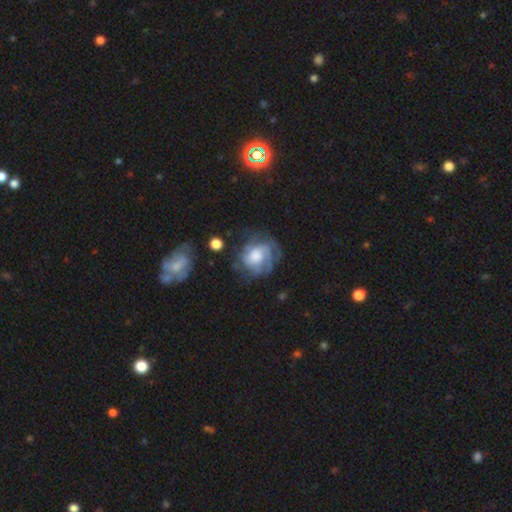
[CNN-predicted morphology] type=featured or disk (66%); edge-on=no (97%); bar=no (76%); spiral arms=yes (82%); winding=tight (51%); arm count=can't tell (45%); bulge=large (43%); merging=none (59%).